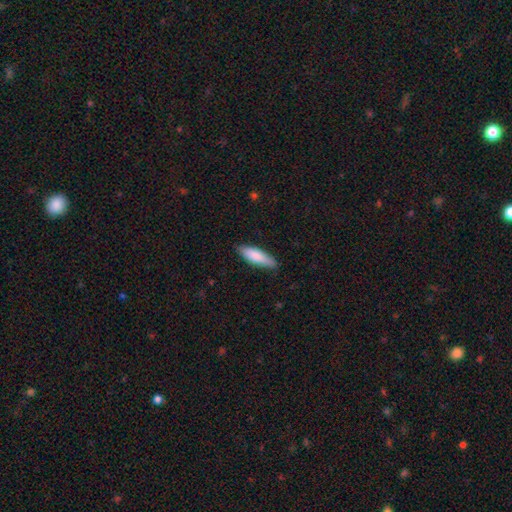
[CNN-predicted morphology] smooth 83%, featured or disk 11%, star or artifact 5%. Down the decision tree: how rounded — cigar-shaped (54%); merging — none (83%).